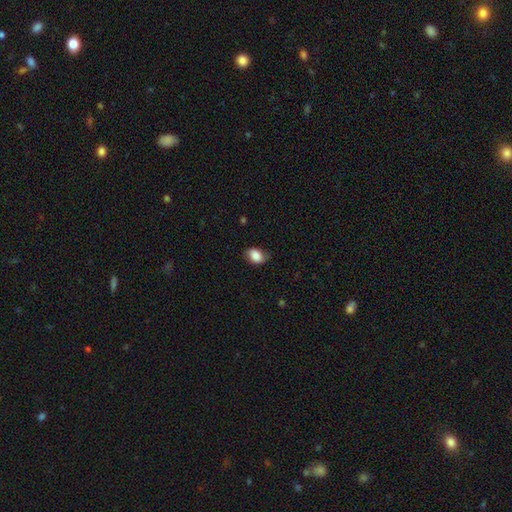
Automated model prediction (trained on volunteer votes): This is clearly a smooth galaxy (83%). How rounded: likely in between (78%). Merging: likely none (69%).